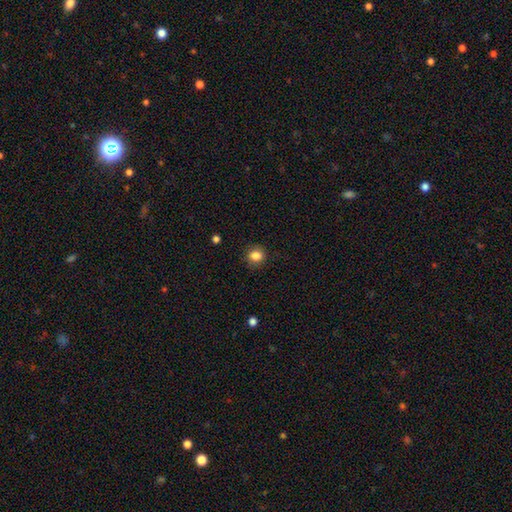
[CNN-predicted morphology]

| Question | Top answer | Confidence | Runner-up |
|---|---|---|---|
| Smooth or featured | smooth | 85% | star or artifact (11%) |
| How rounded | round | 79% | in between (20%) |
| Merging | none | 88% | minor disturbance (8%) |